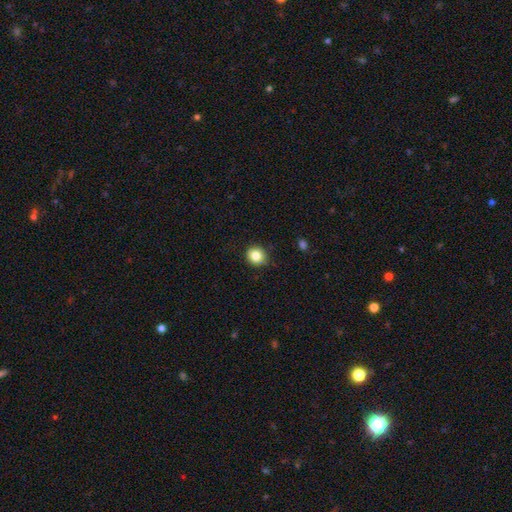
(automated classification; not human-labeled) Q: Smooth or featured?
A: smooth (84%); runner-up: star or artifact (10%)
Q: How rounded?
A: round (87%); runner-up: in between (12%)
Q: Merging?
A: none (85%); runner-up: minor disturbance (11%)